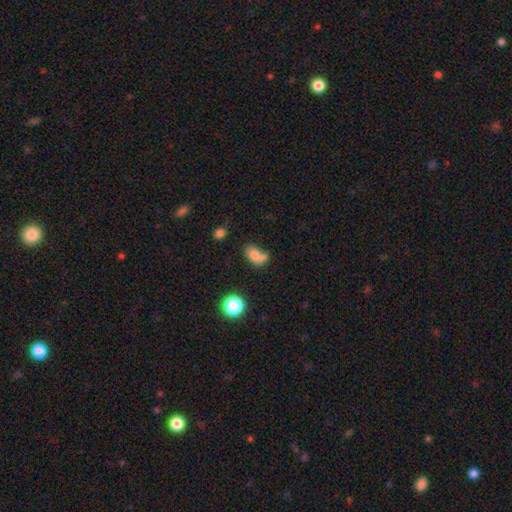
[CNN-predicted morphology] smooth-or-featured: smooth: 77% | star or artifact: 12% | featured or disk: 11%
  how-rounded: in between: 79% | round: 20% | cigar-shaped: 2%
  merging: merger: 39% | none: 35% | minor disturbance: 17% | major disturbance: 9%